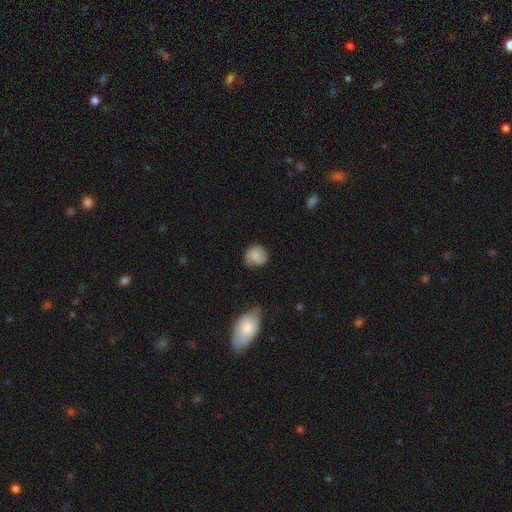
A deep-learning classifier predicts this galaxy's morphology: type=smooth (69%); roundness=round (79%); merging=none (65%).